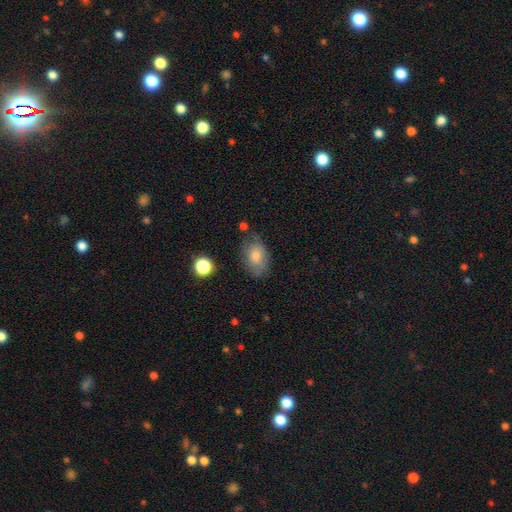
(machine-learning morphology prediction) Q: Smooth or featured?
A: smooth (73%); runner-up: featured or disk (17%)
Q: How rounded?
A: in between (82%); runner-up: round (17%)
Q: Merging?
A: none (70%); runner-up: minor disturbance (22%)